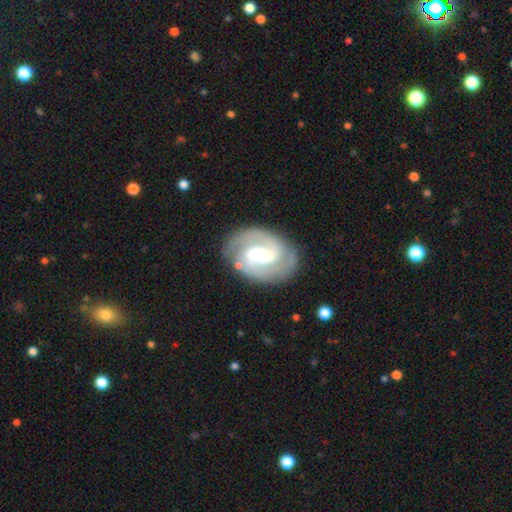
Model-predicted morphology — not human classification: Q: Smooth or featured?
A: featured or disk (86%); runner-up: smooth (9%)
Q: Edge-on disk?
A: no (97%); runner-up: yes (3%)
Q: Bar?
A: weak (52%); runner-up: strong (31%)
Q: Spiral arms?
A: yes (96%); runner-up: no (4%)
Q: Spiral winding?
A: medium (45%); runner-up: tight (43%)
Q: Spiral arm count?
A: 2 (84%); runner-up: can't tell (6%)
Q: Bulge size?
A: moderate (51%); runner-up: small (38%)
Q: Merging?
A: none (81%); runner-up: minor disturbance (13%)